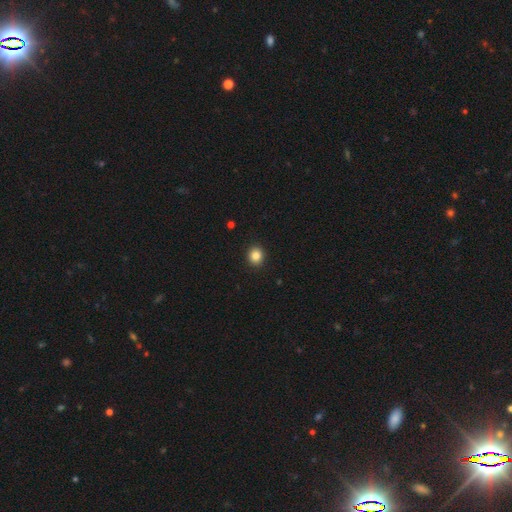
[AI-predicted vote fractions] Smooth or featured? Predicted: smooth (p=0.85). How rounded? Predicted: round (p=0.79). Merging? Predicted: none (p=0.92).